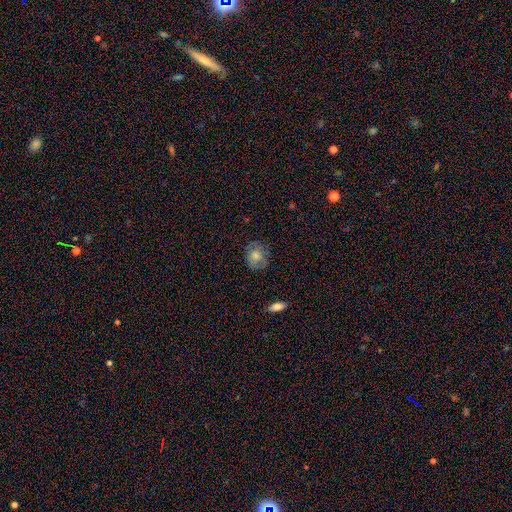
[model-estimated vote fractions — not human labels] Smooth or featured: smooth — 61% (featured or disk — 28%)
How rounded: round — 64% (in between — 35%)
Merging: none — 76% (minor disturbance — 18%)